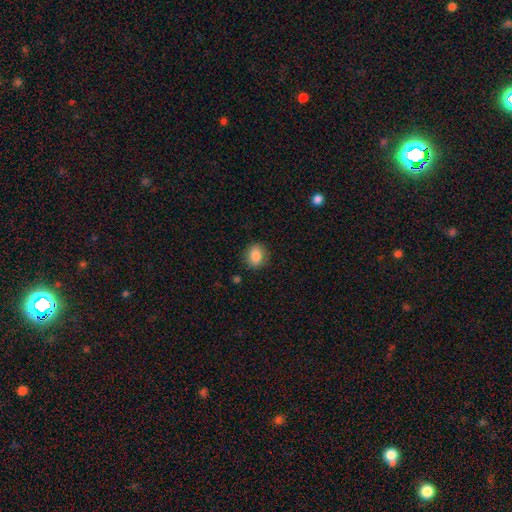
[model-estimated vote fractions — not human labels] smooth-or-featured: smooth: 86% | star or artifact: 9% | featured or disk: 5%
  how-rounded: round: 57% | in between: 42% | cigar-shaped: 1%
  merging: none: 84% | minor disturbance: 12% | major disturbance: 3% | merger: 1%